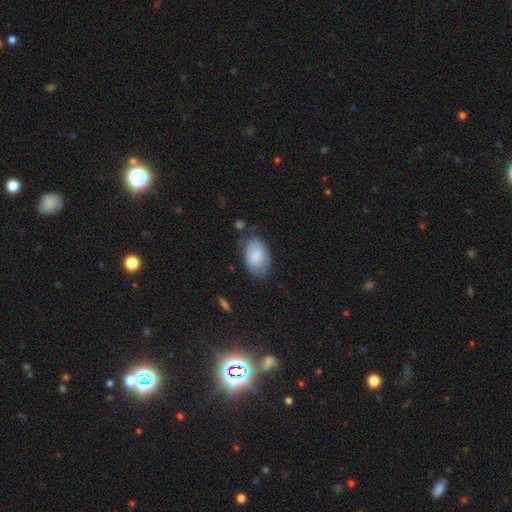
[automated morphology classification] Q: Smooth or featured?
A: smooth (80%); runner-up: featured or disk (14%)
Q: How rounded?
A: in between (91%); runner-up: round (8%)
Q: Merging?
A: none (67%); runner-up: minor disturbance (24%)